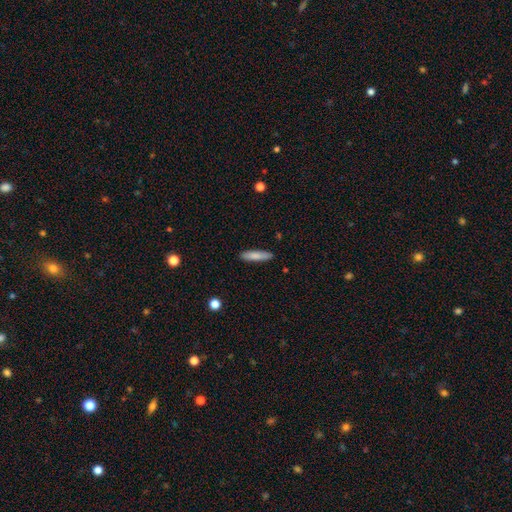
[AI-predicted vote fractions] Smooth or featured? smooth (81%)
How rounded? cigar-shaped (79%)
Merging? none (88%)